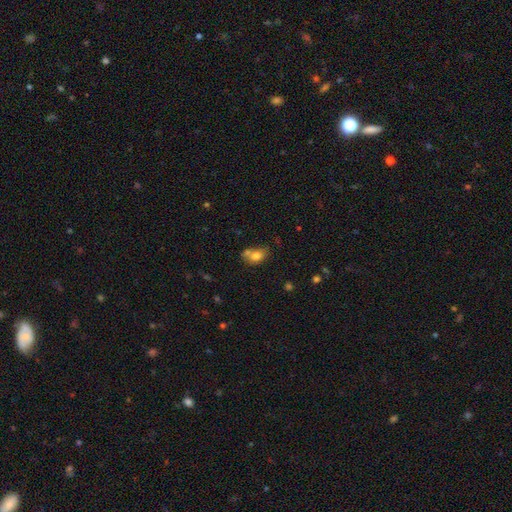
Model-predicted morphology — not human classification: Smooth or featured? smooth (75%)
How rounded? in between (69%)
Merging? none (42%)